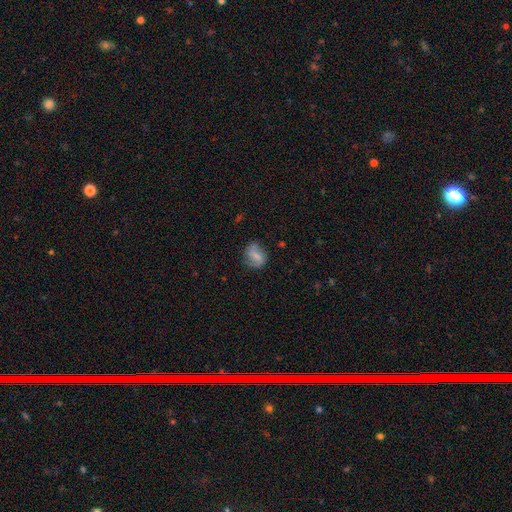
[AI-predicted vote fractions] smooth-or-featured: featured or disk: 51% | smooth: 41% | star or artifact: 8%
  disk-edge-on: no: 96% | yes: 4%
  merging: none: 68% | minor disturbance: 21% | major disturbance: 9% | merger: 2%